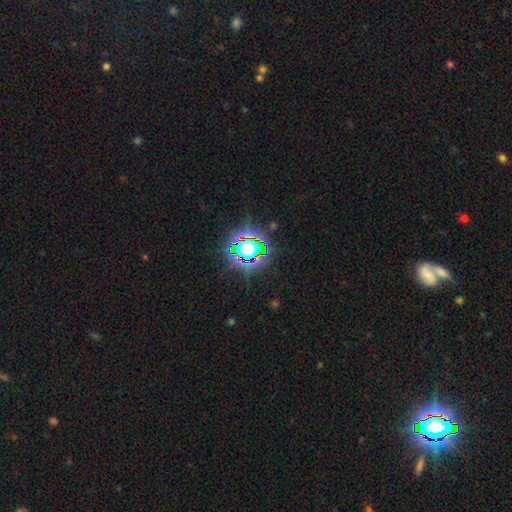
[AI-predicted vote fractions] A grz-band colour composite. It shows a star or artifact, not a galaxy (81%).